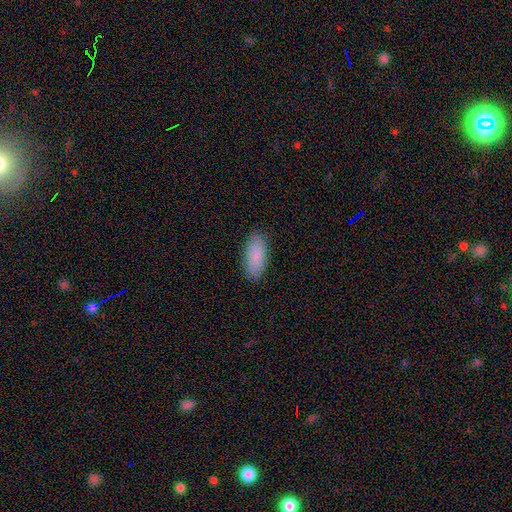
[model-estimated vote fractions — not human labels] smooth_or_featured: smooth (p=0.89) [alt: star or artifact p=0.06]
how_rounded: in between (p=0.86) [alt: cigar-shaped p=0.12]
merging: none (p=0.87) [alt: minor disturbance p=0.10]